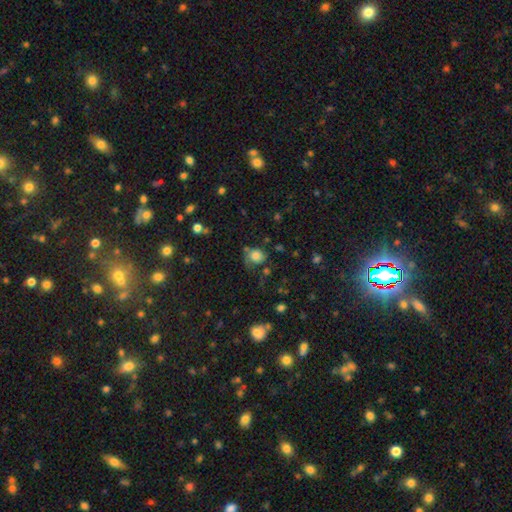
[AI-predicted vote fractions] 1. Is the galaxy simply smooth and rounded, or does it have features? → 73% smooth, 15% featured or disk, 12% star or artifact.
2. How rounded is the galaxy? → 72% round, 27% in between, 1% cigar-shaped.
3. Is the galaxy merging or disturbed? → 50% none, 27% minor disturbance, 18% major disturbance, 6% merger.